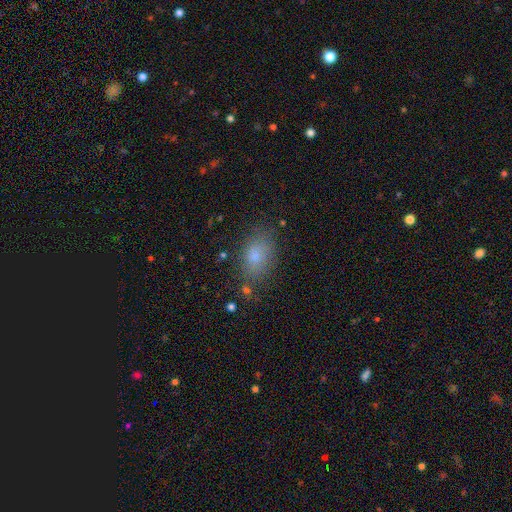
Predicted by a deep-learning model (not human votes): Morphology: type=smooth (78%); roundness=in between (84%); merging=none (75%).